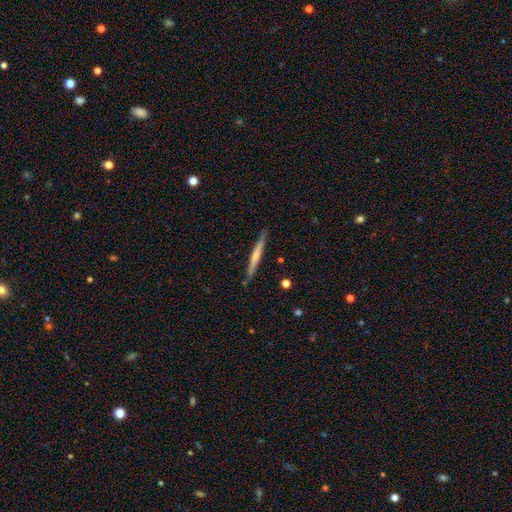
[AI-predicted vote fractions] Morphology: type=featured or disk (58%); edge-on=yes (97%); edge-on bulge=rounded (56%); merging=none (87%).